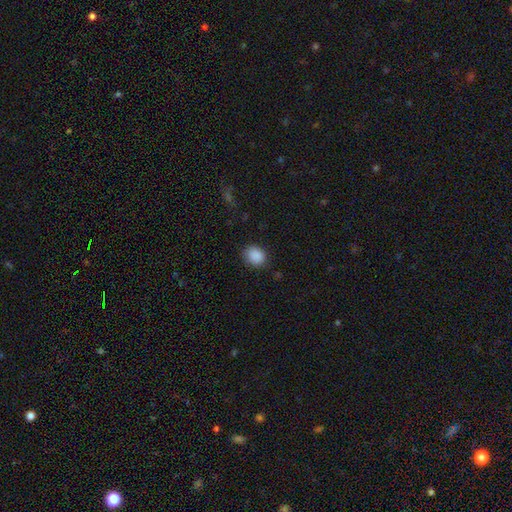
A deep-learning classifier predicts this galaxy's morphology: smooth 89%, star or artifact 8%, featured or disk 3%. Down the decision tree: how rounded — round (56%); merging — none (84%).